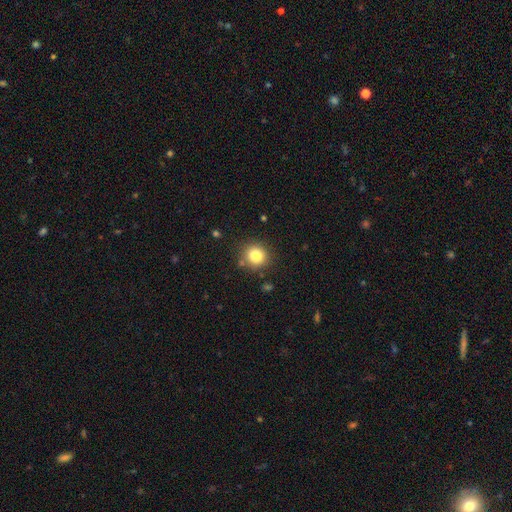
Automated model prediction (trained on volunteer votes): A smooth galaxy with no disk features (83%) that is round (85%). Merging: none (81%).